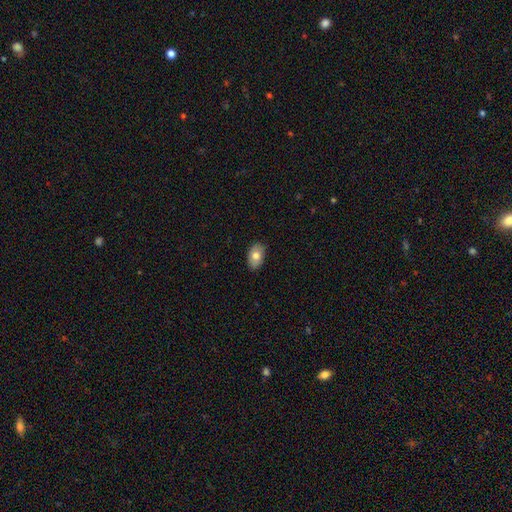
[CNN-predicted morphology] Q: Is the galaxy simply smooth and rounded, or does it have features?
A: smooth — 76%.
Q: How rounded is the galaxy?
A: in between — 90%.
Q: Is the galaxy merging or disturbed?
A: none — 84%.